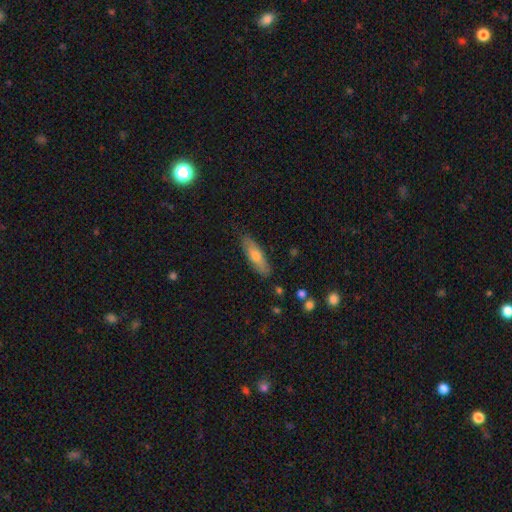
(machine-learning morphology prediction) This is likely a smooth galaxy (64%). How rounded: possibly cigar-shaped (53%). Merging: clearly none (85%).